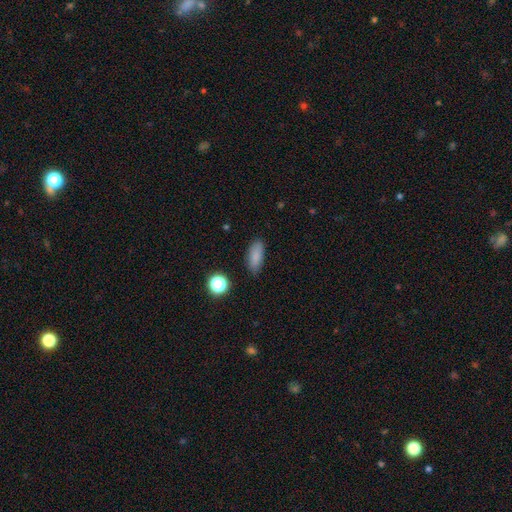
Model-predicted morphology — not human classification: smooth_or_featured: smooth (p=0.84) [alt: star or artifact p=0.10]
how_rounded: in between (p=0.79) [alt: cigar-shaped p=0.17]
merging: none (p=0.85) [alt: minor disturbance p=0.11]